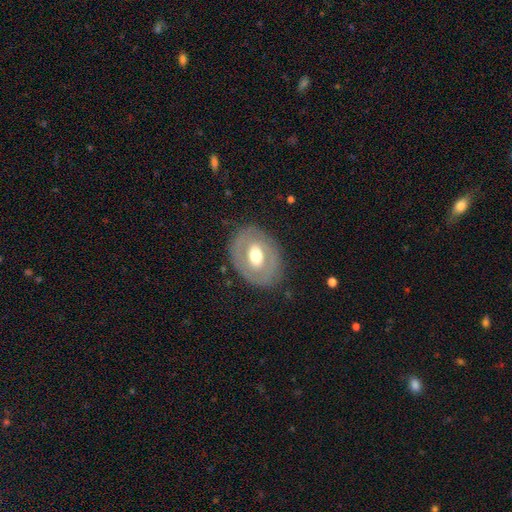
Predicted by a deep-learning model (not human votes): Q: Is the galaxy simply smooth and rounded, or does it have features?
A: featured or disk — 52%.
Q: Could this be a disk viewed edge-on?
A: no — 92%.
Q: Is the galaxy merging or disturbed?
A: none — 78%.